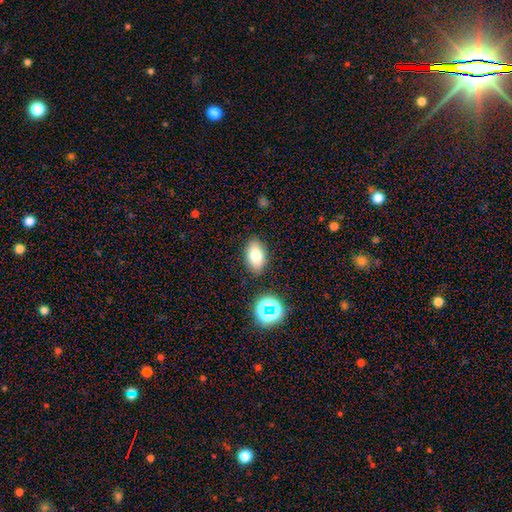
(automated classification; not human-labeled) Smooth or featured? Predicted: smooth (p=0.76). How rounded? Predicted: in between (p=0.89). Merging? Predicted: none (p=0.85).